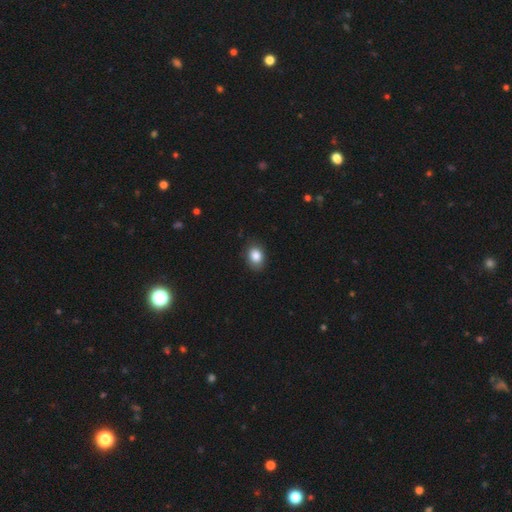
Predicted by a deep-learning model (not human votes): smooth 85%, star or artifact 9%, featured or disk 6%. Down the decision tree: how rounded — in between (66%); merging — none (84%).